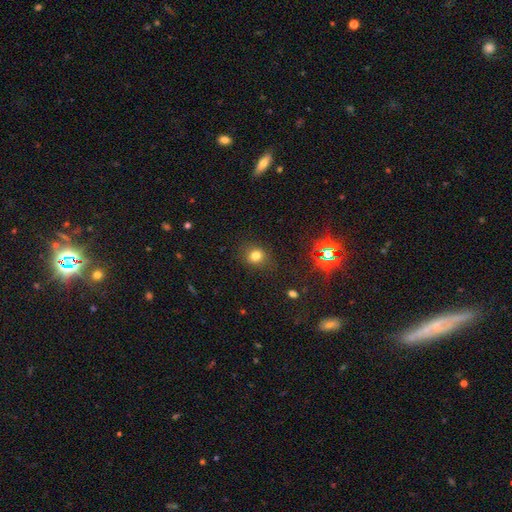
A smooth galaxy with no disk features (89%) that is round (59%).

Vote fractions:
- Smooth or featured? smooth: 89% / featured or disk: 5% / star or artifact: 5%
- How rounded? round: 59% / in between: 41% / cigar-shaped: 0%
- Merging? none: 75% / minor disturbance: 19% / major disturbance: 3% / merger: 3%